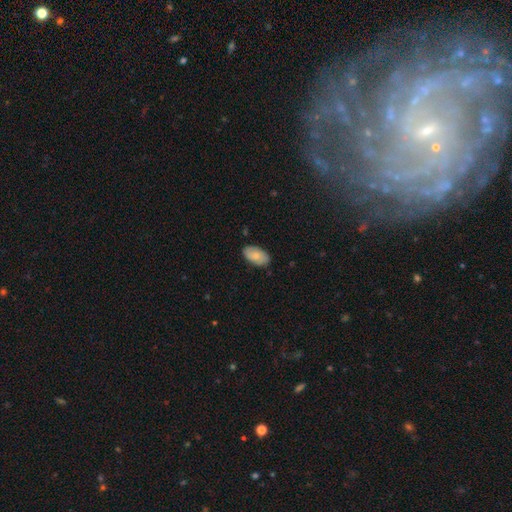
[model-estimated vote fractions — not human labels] A smooth galaxy with no disk features (72%) that is in between round and cigar-shaped (94%). Merging: none (82%).